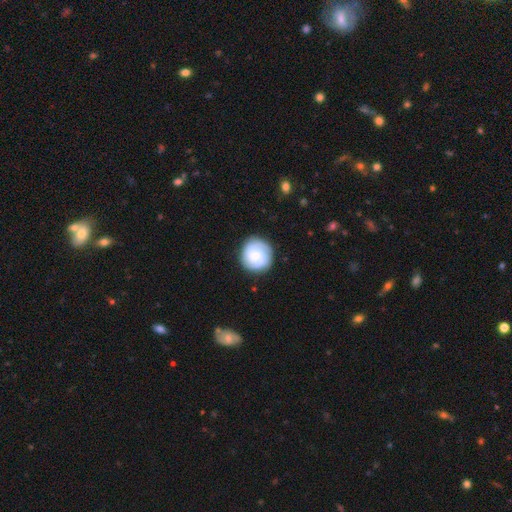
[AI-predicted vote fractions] Overall: featured or disk (64%; smooth 30%). Edge-on disk: no (98%). Bar: no (50%; weak 41%). Spiral arms: yes (91%). Spiral arm count: 2 (49%; 3 23%). Spiral winding: tight (48%; medium 39%). Bulge size: small (43%; moderate 34%). Merging: none (80%).